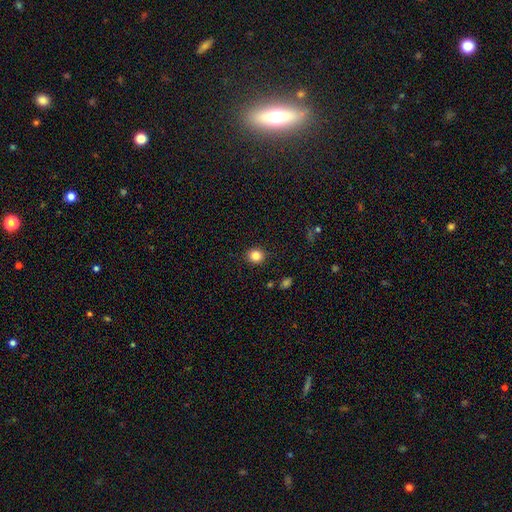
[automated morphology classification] Q: Smooth or featured?
A: smooth (83%); runner-up: star or artifact (11%)
Q: How rounded?
A: round (86%); runner-up: in between (13%)
Q: Merging?
A: none (91%); runner-up: minor disturbance (6%)